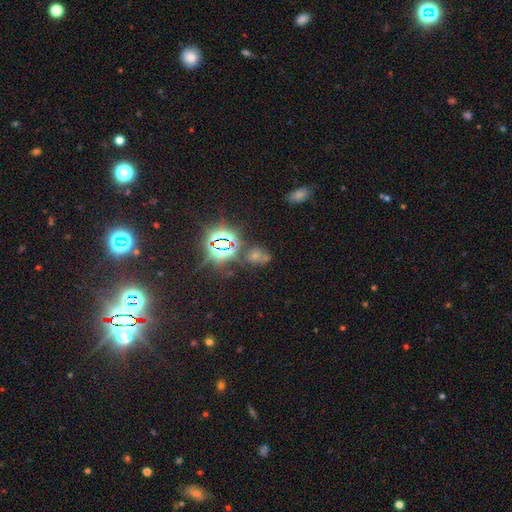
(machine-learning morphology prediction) The model was most divided on "smooth or featured": star or artifact: 51%, smooth: 38%, featured or disk: 11%.